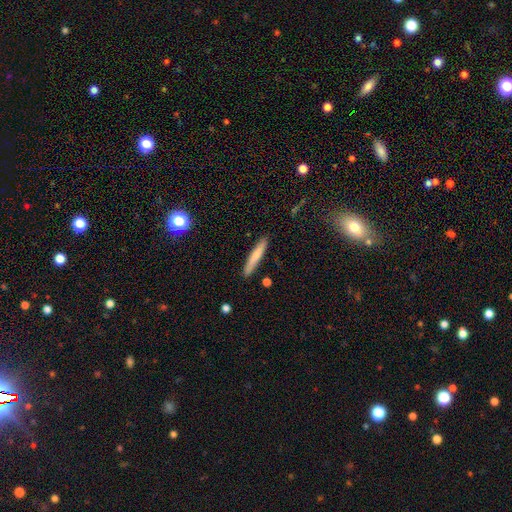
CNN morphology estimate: type=smooth (72%); roundness=cigar-shaped (93%); merging=none (88%).